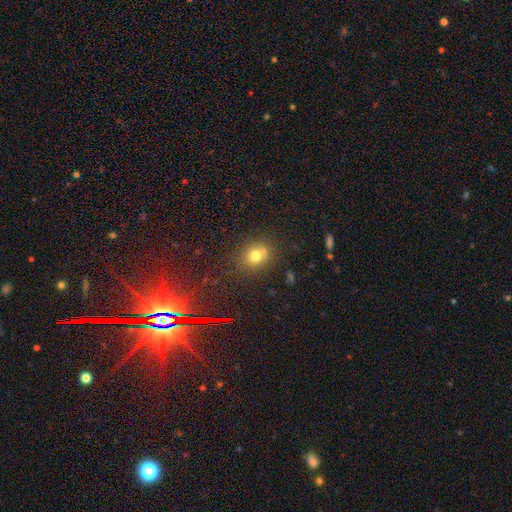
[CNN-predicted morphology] smooth-or-featured: smooth: 73% | star or artifact: 17% | featured or disk: 10%
  how-rounded: round: 76% | in between: 23% | cigar-shaped: 1%
  merging: none: 66% | minor disturbance: 16% | merger: 12% | major disturbance: 6%